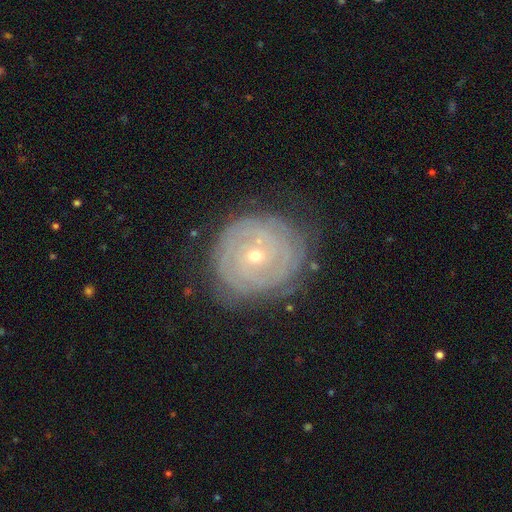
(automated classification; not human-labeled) Morphology: type=featured or disk (78%); edge-on=no (97%); bar=no (78%); spiral arms=yes (85%); winding=tight (85%); arm count=can't tell (48%); bulge=small (67%); merging=none (74%).